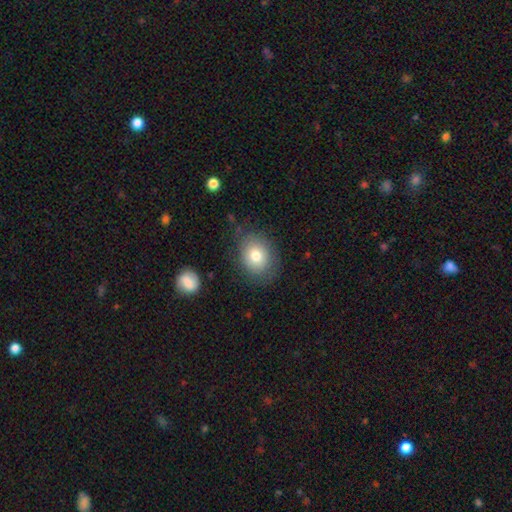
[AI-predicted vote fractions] Smooth or featured: smooth — 75% (featured or disk — 15%)
How rounded: round — 52% (in between — 47%)
Merging: none — 78% (minor disturbance — 15%)